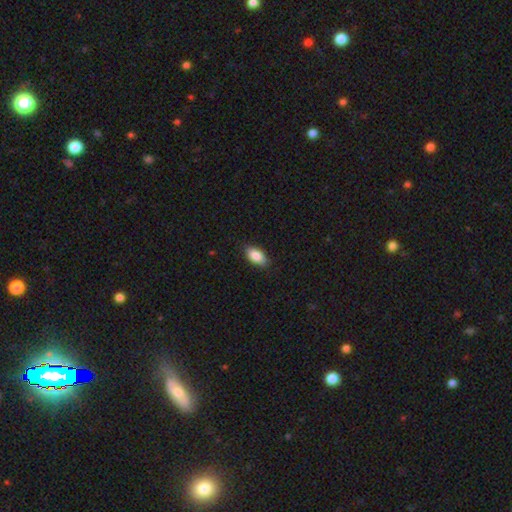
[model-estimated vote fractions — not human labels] smooth 87%, star or artifact 7%, featured or disk 7%. Down the decision tree: how rounded — in between (92%); merging — none (86%).